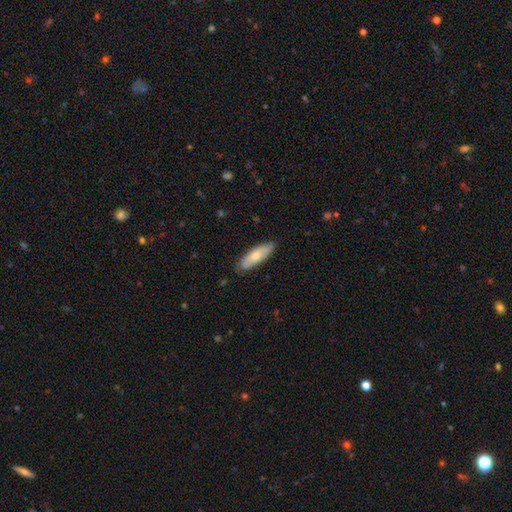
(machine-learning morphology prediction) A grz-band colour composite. It shows a smooth galaxy with no disk features (69%) that is in between round and cigar-shaped (57%). Merging: none (81%).